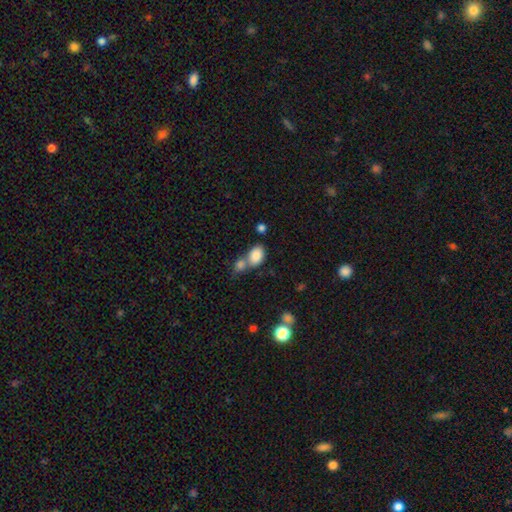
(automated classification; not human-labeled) This is clearly a smooth galaxy (86%). How rounded: clearly in between (81%). Merging: possibly merger (52%).